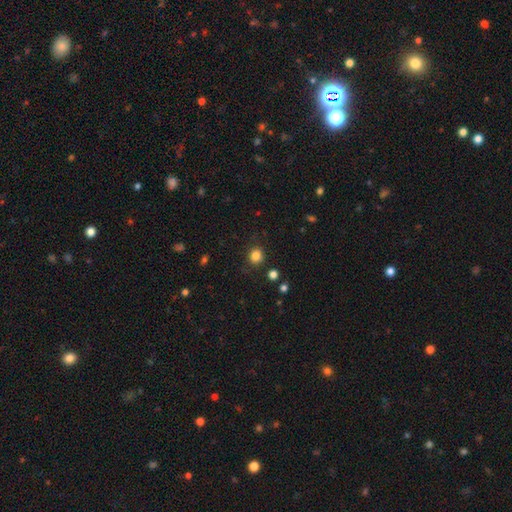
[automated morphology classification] The model was most divided on "how rounded": round: 85%, in between: 14%, cigar-shaped: 1%. More confident: merging — none (85%); smooth or featured — smooth (83%).